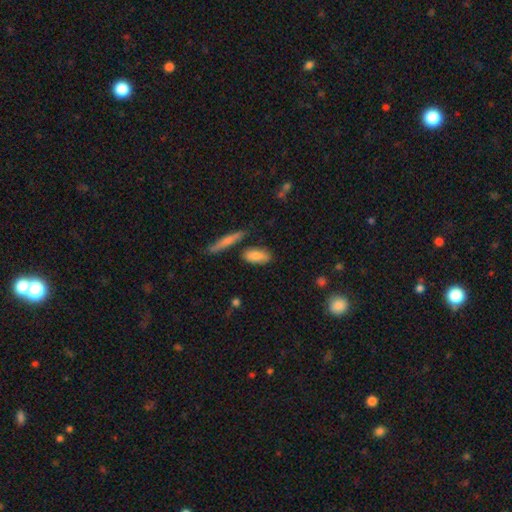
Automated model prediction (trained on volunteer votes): smooth 83%, featured or disk 10%, star or artifact 7%. Down the decision tree: how rounded — in between (82%); merging — none (73%).